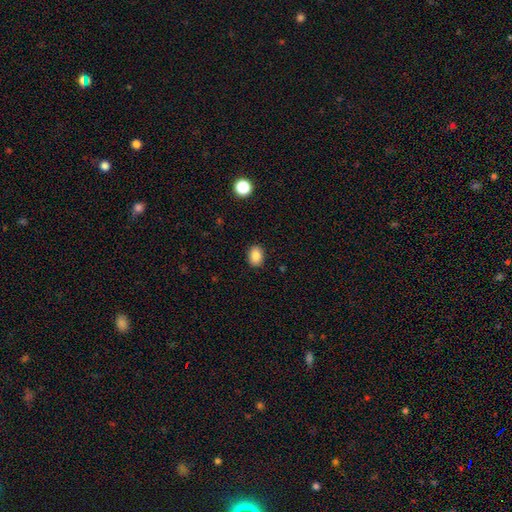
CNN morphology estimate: Smooth or featured: smooth — 86% (star or artifact — 9%)
How rounded: in between — 70% (round — 29%)
Merging: none — 89% (minor disturbance — 8%)